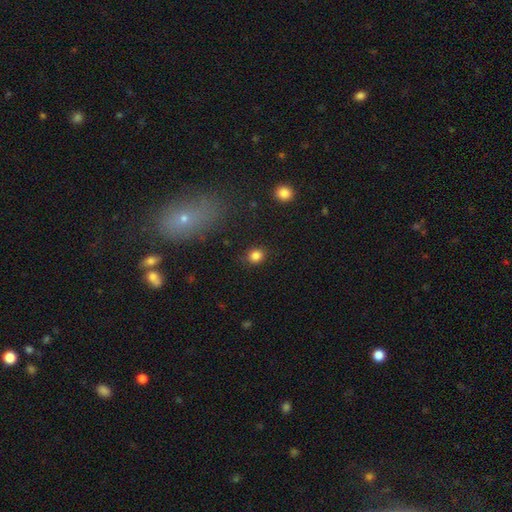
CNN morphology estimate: Smooth or featured? smooth (84%)
How rounded? round (74%)
Merging? none (85%)